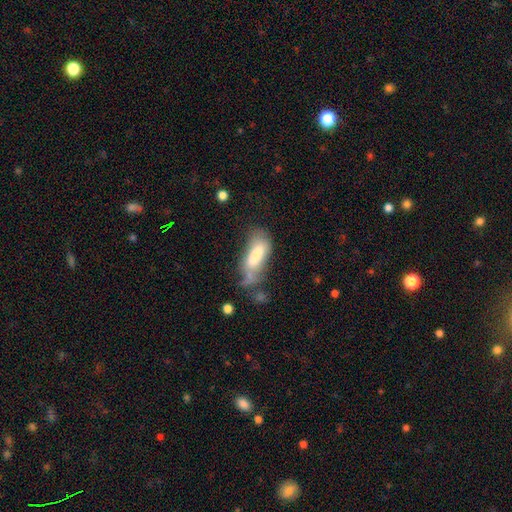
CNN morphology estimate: smooth_or_featured: smooth (p=0.73) [alt: featured or disk p=0.19]
how_rounded: in between (p=0.69) [alt: cigar-shaped p=0.29]
merging: none (p=0.34) [alt: minor disturbance p=0.29]